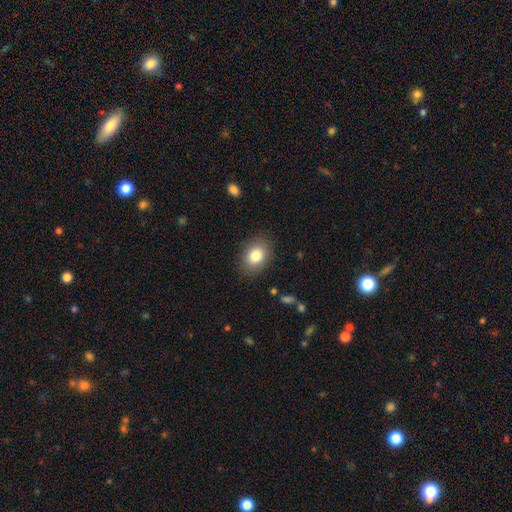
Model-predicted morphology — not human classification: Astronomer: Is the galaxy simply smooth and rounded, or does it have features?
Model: smooth — 82%.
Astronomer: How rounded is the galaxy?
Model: in between — 71%.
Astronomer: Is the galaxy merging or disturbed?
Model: none — 85%.